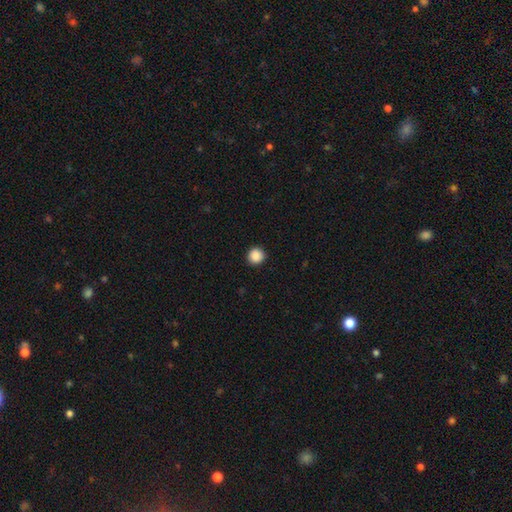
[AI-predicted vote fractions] Q: Smooth or featured?
A: smooth (89%); runner-up: star or artifact (9%)
Q: How rounded?
A: round (95%); runner-up: in between (4%)
Q: Merging?
A: none (92%); runner-up: minor disturbance (5%)